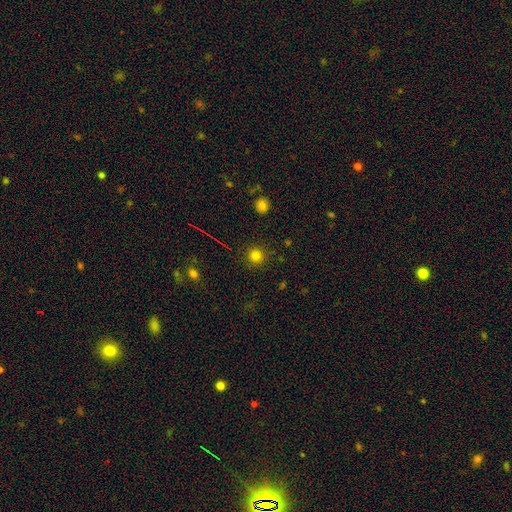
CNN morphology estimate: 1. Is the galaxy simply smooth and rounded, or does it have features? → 78% smooth, 16% star or artifact, 5% featured or disk.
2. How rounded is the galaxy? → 94% round, 5% in between, 1% cigar-shaped.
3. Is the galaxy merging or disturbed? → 90% none, 6% minor disturbance, 3% major disturbance, 1% merger.